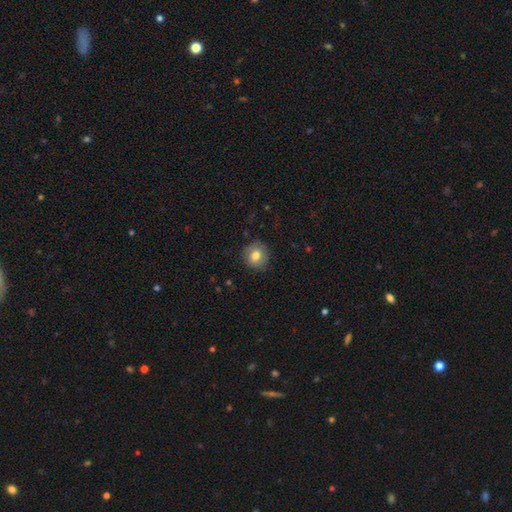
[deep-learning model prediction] Overall: smooth (77%). How rounded: round (87%). Merging: none (84%).